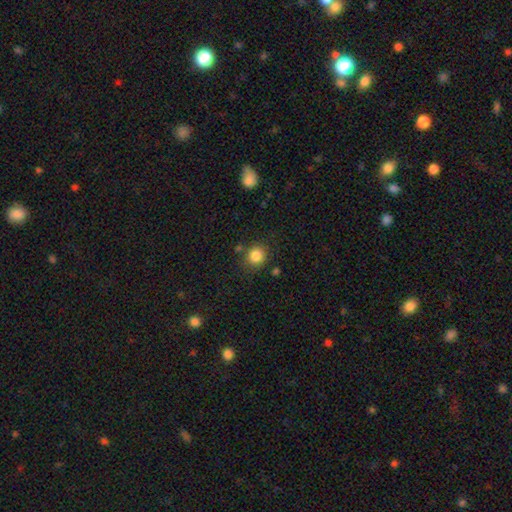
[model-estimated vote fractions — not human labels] Morphology: type=smooth (85%); roundness=round (88%); merging=none (82%).